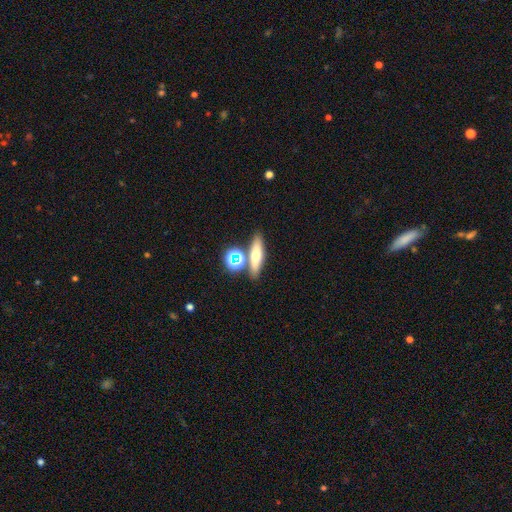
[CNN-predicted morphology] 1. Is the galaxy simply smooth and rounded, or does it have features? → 55% smooth, 32% featured or disk, 14% star or artifact.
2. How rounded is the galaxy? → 49% cigar-shaped, 37% in between, 13% round.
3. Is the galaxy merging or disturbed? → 72% none, 16% merger, 9% minor disturbance, 3% major disturbance.